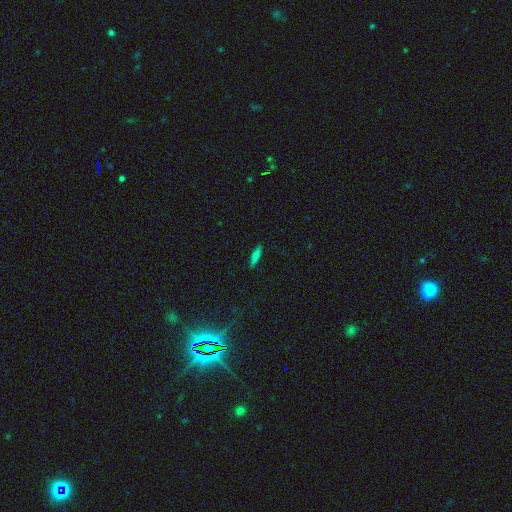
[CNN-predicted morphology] Smooth or featured?
  - smooth: 62% *
  - featured or disk: 28%
  - star or artifact: 10%
How rounded?
  - cigar-shaped: 68% *
  - in between: 29%
  - round: 3%
Merging?
  - none: 88% *
  - minor disturbance: 9%
  - major disturbance: 2%
  - merger: 1%